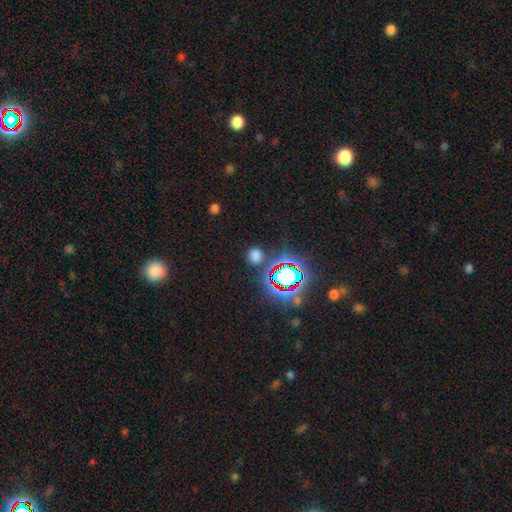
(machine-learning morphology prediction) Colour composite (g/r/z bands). It shows a smooth galaxy with no disk features (62%) that is round (86%). Merging: none (83%).